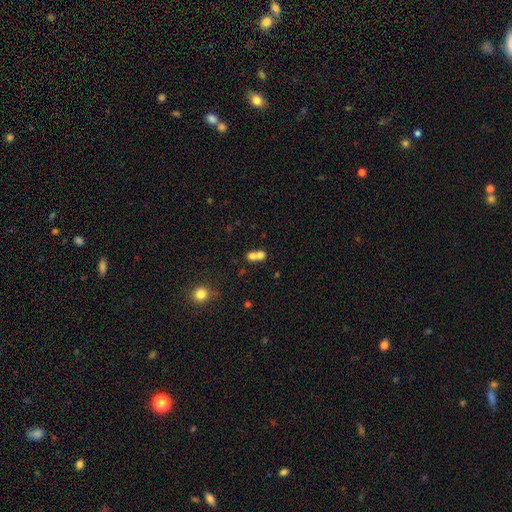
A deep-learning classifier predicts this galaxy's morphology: smooth_or_featured: smooth (p=0.71) [alt: featured or disk p=0.16]
how_rounded: round (p=0.66) [alt: in between p=0.33]
merging: merger (p=0.64) [alt: none p=0.27]